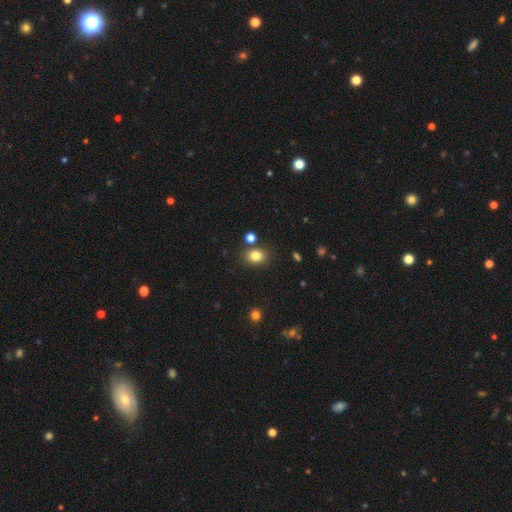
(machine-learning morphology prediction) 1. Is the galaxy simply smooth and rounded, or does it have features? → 82% smooth, 12% star or artifact, 6% featured or disk.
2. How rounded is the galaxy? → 50% round, 49% in between, 1% cigar-shaped.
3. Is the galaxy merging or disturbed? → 80% none, 10% minor disturbance, 7% merger, 3% major disturbance.